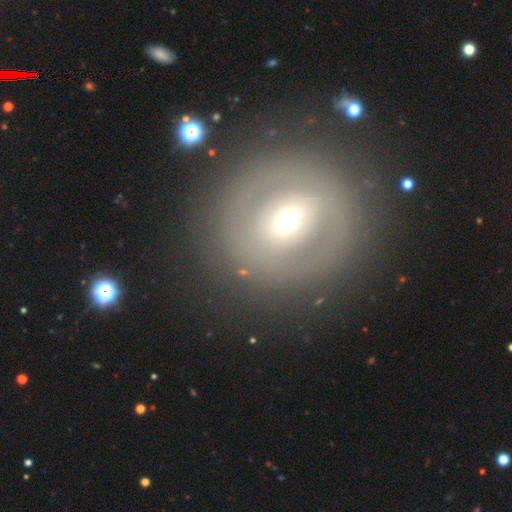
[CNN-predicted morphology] A featured or disk galaxy (58%) with no bar (45%), no spiral arms (72%) and a small central bulge (46%, tied with moderate). Merging: none (84%).